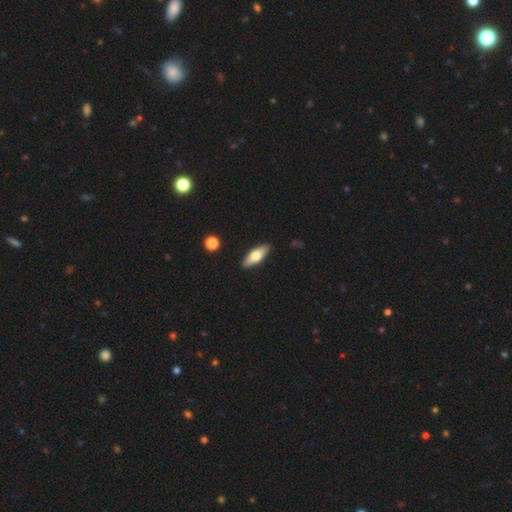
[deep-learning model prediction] Smooth or featured? smooth (62%)
How rounded? in between (65%)
Merging? none (88%)